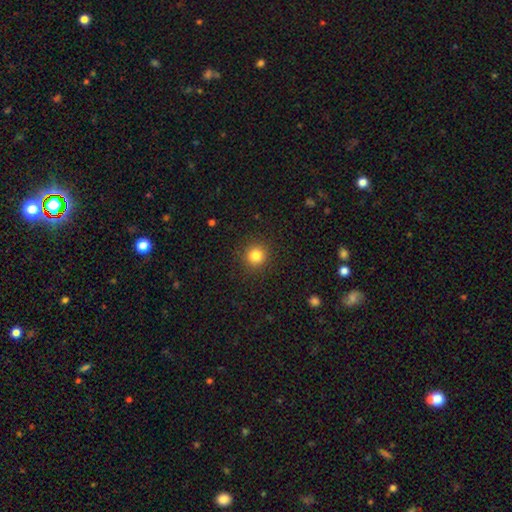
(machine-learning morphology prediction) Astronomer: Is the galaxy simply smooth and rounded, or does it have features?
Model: smooth — 83%.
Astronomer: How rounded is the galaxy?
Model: round — 93%.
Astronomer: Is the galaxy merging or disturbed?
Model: none — 91%.